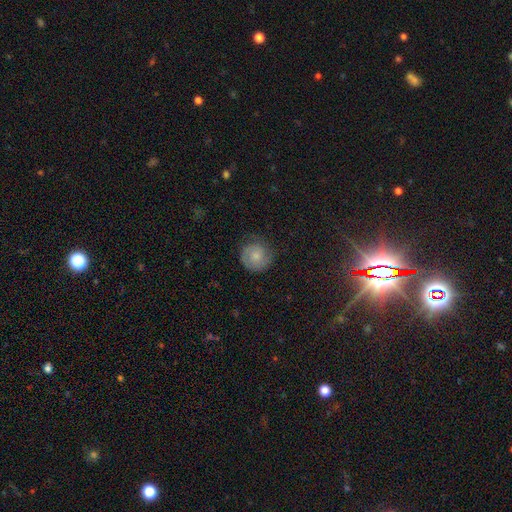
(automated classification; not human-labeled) smooth 48%, featured or disk 44%, star or artifact 8%. Down the decision tree: merging — none (74%).